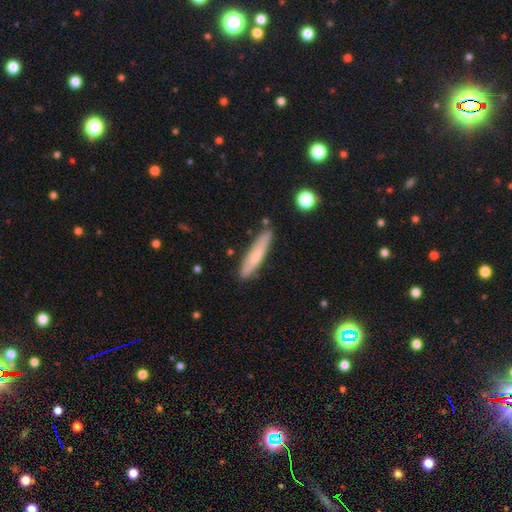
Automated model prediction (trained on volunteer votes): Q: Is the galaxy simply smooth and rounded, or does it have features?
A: smooth — 68%.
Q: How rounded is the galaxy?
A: cigar-shaped — 90%.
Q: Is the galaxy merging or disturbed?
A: none — 83%.